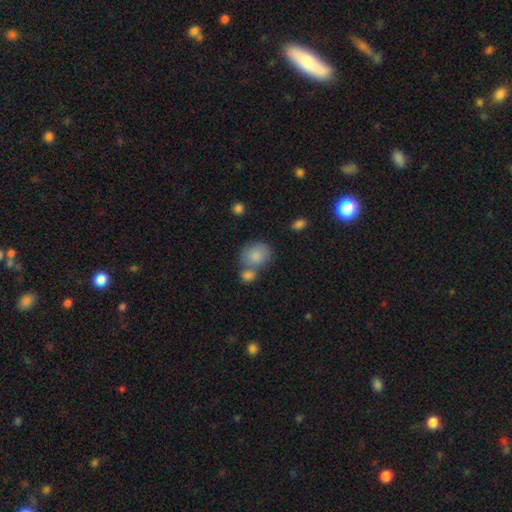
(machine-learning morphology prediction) smooth-or-featured: smooth: 84% | featured or disk: 9% | star or artifact: 7%
  how-rounded: round: 57% | in between: 42% | cigar-shaped: 1%
  merging: none: 45% | merger: 37% | minor disturbance: 13% | major disturbance: 5%